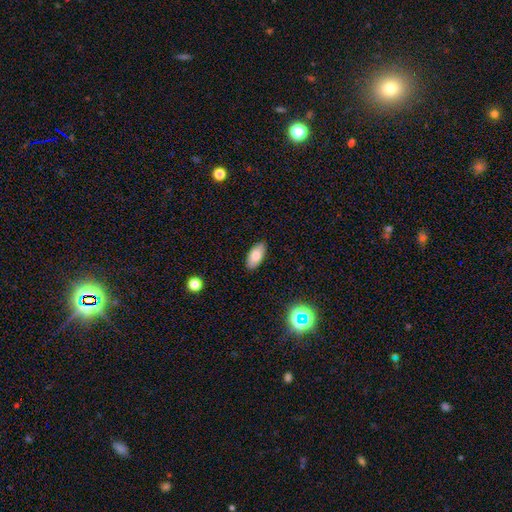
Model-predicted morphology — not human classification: smooth_or_featured: smooth (p=0.81) [alt: featured or disk p=0.11]
how_rounded: in between (p=0.92) [alt: cigar-shaped p=0.05]
merging: none (p=0.88) [alt: minor disturbance p=0.09]